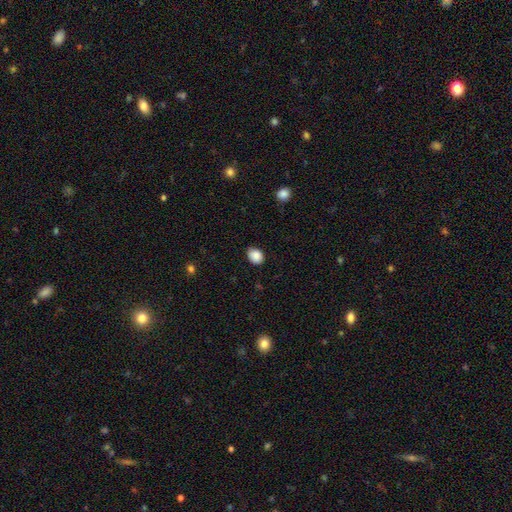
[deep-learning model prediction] Smooth or featured: smooth — 88% (star or artifact — 8%)
How rounded: in between — 60% (round — 39%)
Merging: none — 83% (minor disturbance — 14%)